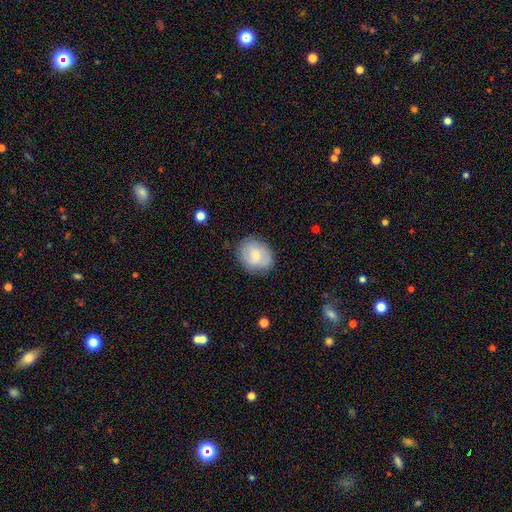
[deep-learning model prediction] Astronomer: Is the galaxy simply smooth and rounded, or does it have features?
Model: smooth — 58% (runner-up: featured or disk, 34%).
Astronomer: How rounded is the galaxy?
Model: round — 53% (runner-up: in between, 46%).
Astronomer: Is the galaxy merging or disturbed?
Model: none — 79%.